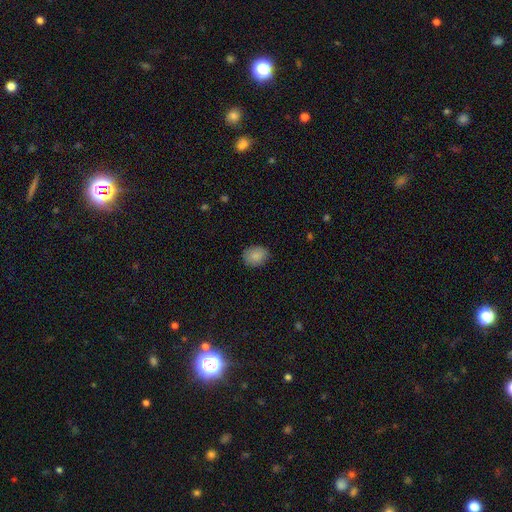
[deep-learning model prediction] Smooth or featured? smooth (87%)
How rounded? in between (53%)
Merging? none (84%)